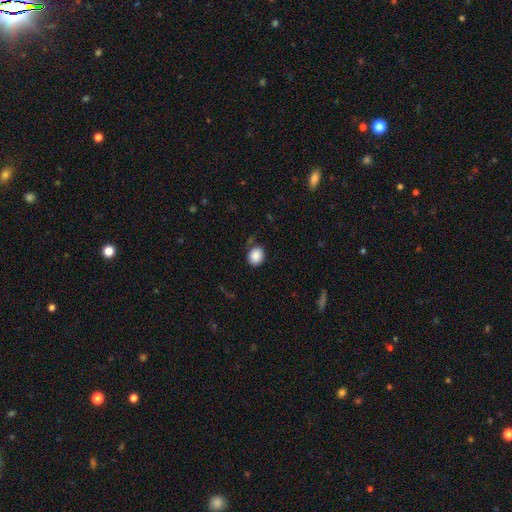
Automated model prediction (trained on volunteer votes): This appears to be a smooth galaxy with no disk features (88%) that is round (66%). Merging: none (81%).